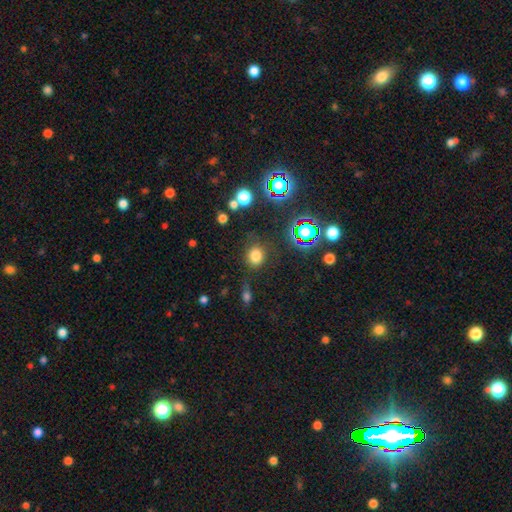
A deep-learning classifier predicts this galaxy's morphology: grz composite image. It shows a smooth galaxy with no disk features (76%) that is round (72%). Merging: none (77%).